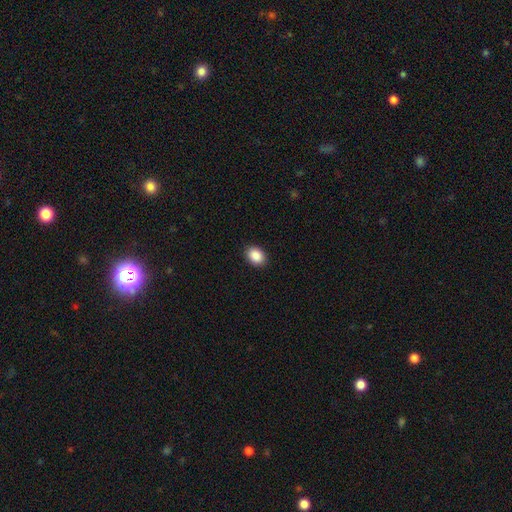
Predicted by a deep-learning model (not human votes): A smooth galaxy with no disk features (89%) that is in between round and cigar-shaped (72%).

Vote fractions:
- Smooth or featured? smooth: 89% / star or artifact: 8% / featured or disk: 3%
- How rounded? in between: 72% / round: 27% / cigar-shaped: 1%
- Merging? none: 90% / minor disturbance: 8% / major disturbance: 2% / merger: 1%